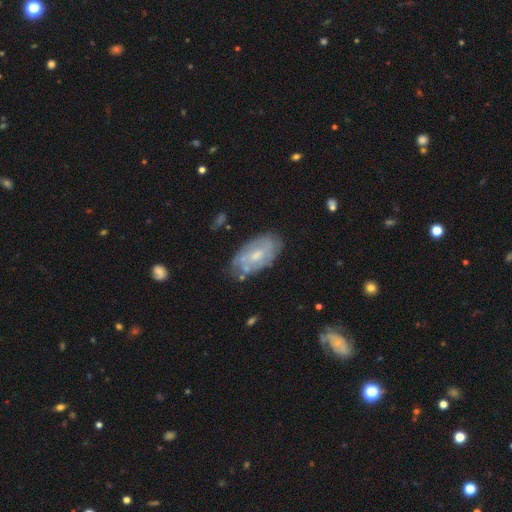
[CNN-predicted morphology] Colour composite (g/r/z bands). It shows a featured or disk galaxy (60%) with no bar (64%), spiral arms (62%) and a small central bulge (47%). Merging: none (68%).